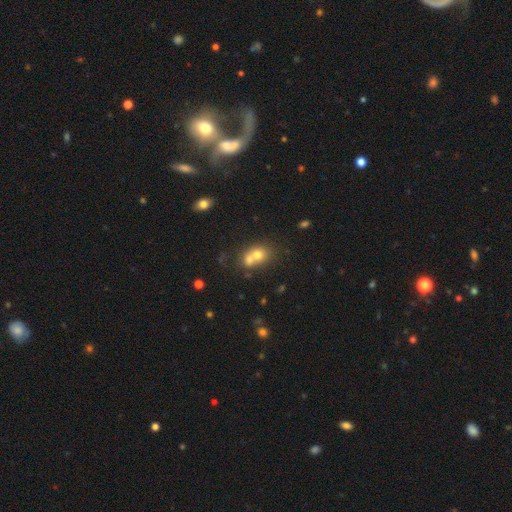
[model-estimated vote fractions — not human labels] Overall: smooth (67%). How rounded: round (60%; in between 39%). Merging: merger (65%; none 25%).